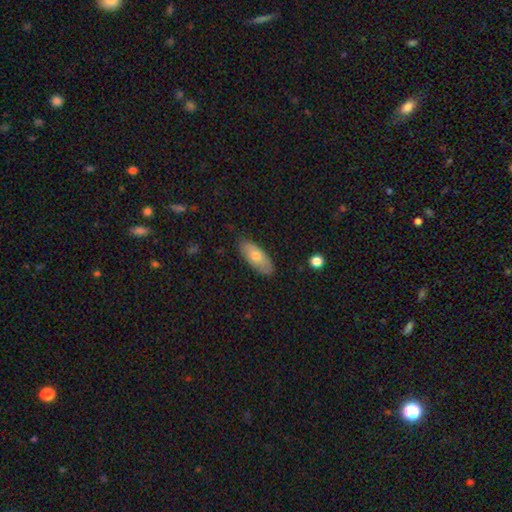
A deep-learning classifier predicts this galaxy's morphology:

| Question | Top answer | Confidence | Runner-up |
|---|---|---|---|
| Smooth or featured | smooth | 69% | featured or disk (25%) |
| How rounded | in between | 84% | cigar-shaped (14%) |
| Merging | none | 82% | minor disturbance (15%) |